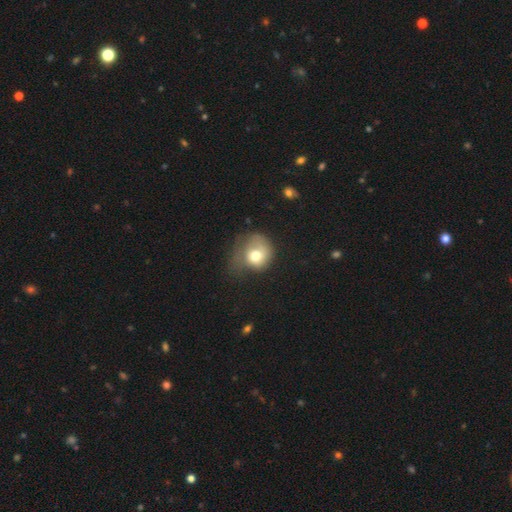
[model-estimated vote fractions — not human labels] Smooth or featured: smooth — 67% (featured or disk — 24%)
How rounded: round — 70% (in between — 30%)
Merging: major disturbance — 37% (minor disturbance — 32%)